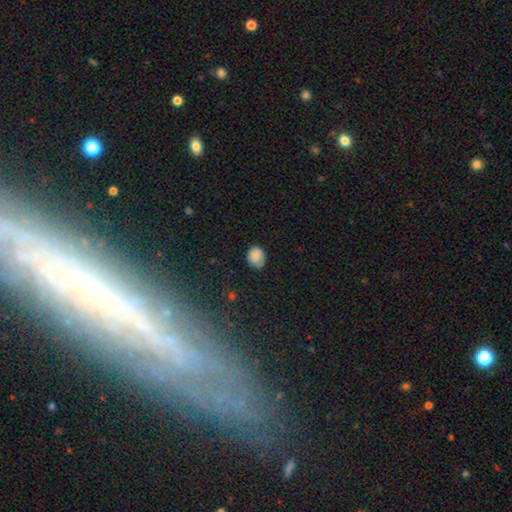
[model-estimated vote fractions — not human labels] The model was most divided on "how rounded": round: 50%, in between: 49%, cigar-shaped: 1%. More confident: smooth or featured — smooth (84%); merging — none (69%).